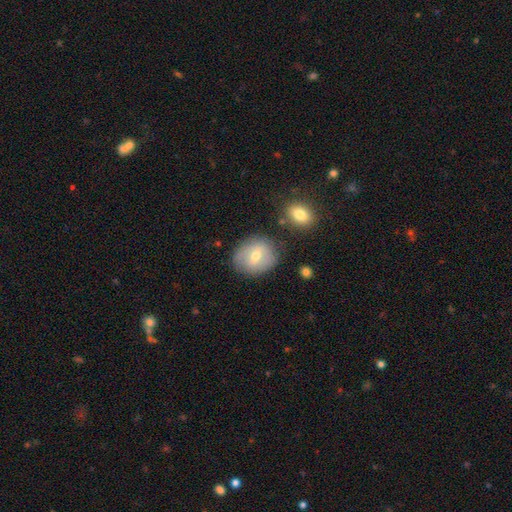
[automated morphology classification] Overall: smooth (59%; featured or disk 33%). How rounded: round (69%; in between 30%). Merging: none (75%).